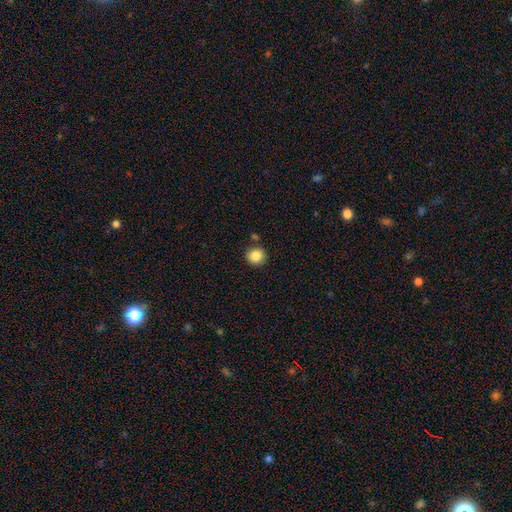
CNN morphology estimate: smooth_or_featured: smooth (p=0.86) [alt: star or artifact p=0.09]
how_rounded: round (p=0.93) [alt: in between p=0.06]
merging: none (p=0.85) [alt: minor disturbance p=0.08]